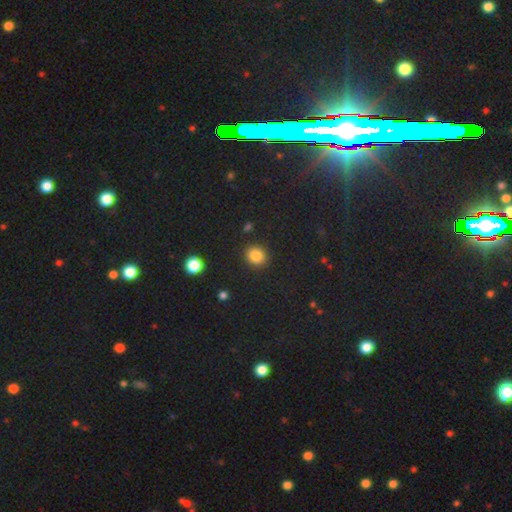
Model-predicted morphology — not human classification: Q: Smooth or featured?
A: smooth (84%); runner-up: star or artifact (12%)
Q: How rounded?
A: round (84%); runner-up: in between (15%)
Q: Merging?
A: none (89%); runner-up: minor disturbance (7%)